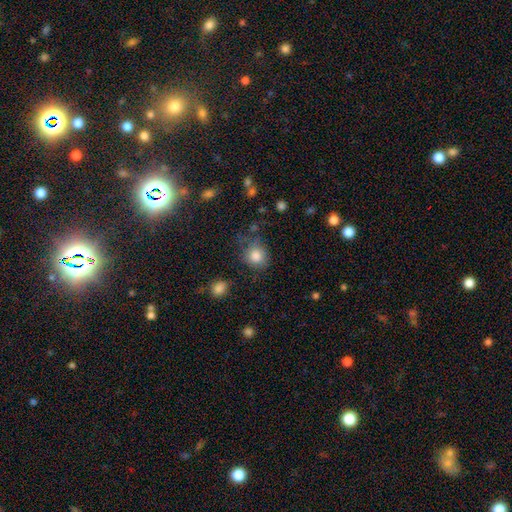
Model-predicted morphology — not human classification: Smooth or featured? smooth (84%)
How rounded? round (79%)
Merging? none (66%)